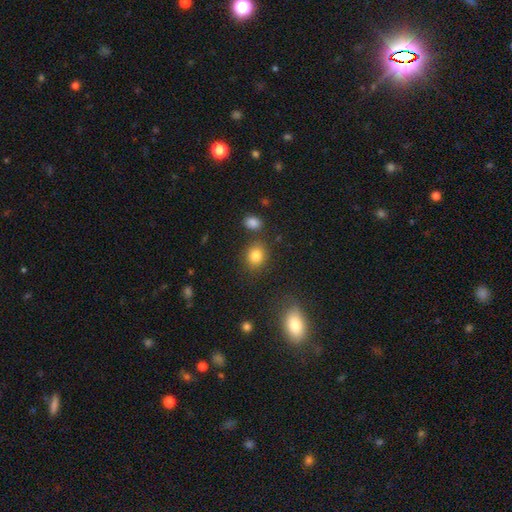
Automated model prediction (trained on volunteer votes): A smooth galaxy with no disk features (83%) that is round (62%). Merging: none (79%).